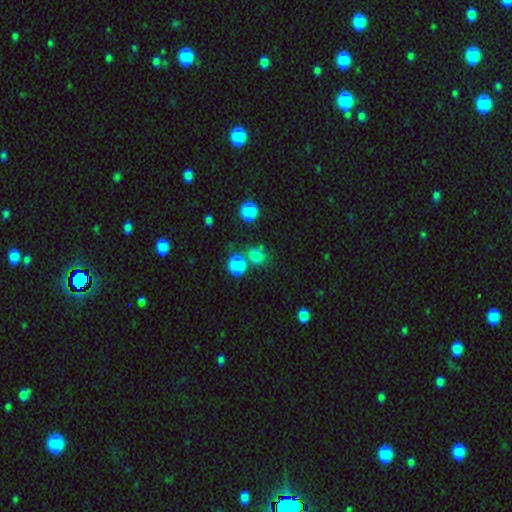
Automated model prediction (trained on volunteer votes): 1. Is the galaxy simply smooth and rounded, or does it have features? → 75% smooth, 18% star or artifact, 7% featured or disk.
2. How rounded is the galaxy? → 62% round, 37% in between, 1% cigar-shaped.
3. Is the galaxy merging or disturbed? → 56% none, 25% merger, 13% minor disturbance, 6% major disturbance.